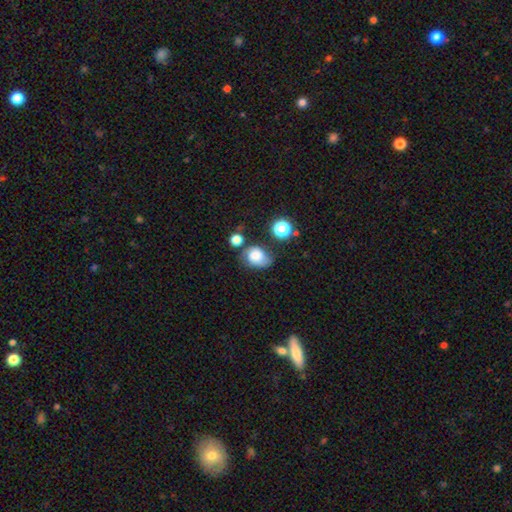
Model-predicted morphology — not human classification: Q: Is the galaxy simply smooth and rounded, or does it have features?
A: smooth — 69%.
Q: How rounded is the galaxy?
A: in between — 53%.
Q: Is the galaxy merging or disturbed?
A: none — 43%.